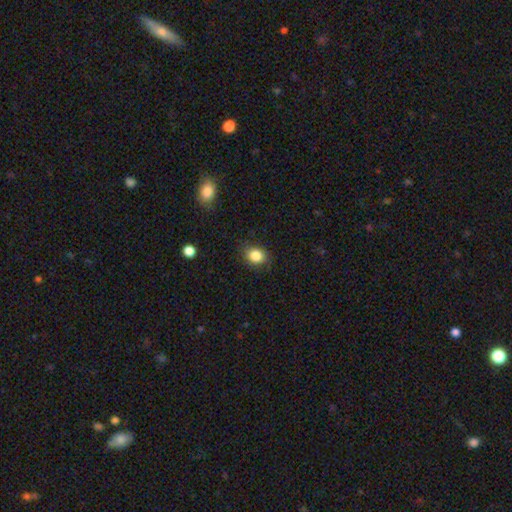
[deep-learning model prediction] Smooth or featured: smooth — 85% (star or artifact — 9%)
How rounded: round — 52% (in between — 47%)
Merging: none — 80% (minor disturbance — 15%)